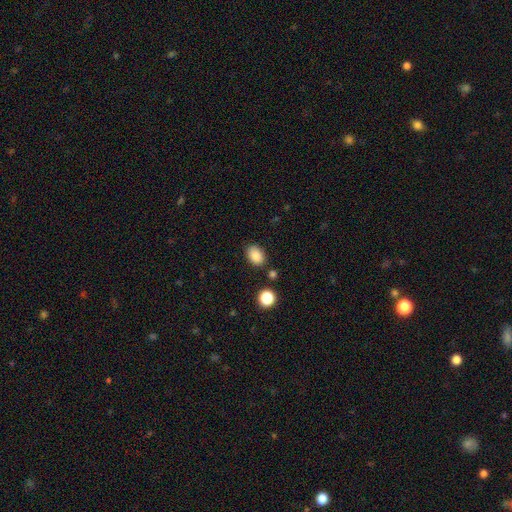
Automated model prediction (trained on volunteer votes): smooth 86%, star or artifact 9%, featured or disk 5%. Down the decision tree: how rounded — in between (83%); merging — none (83%).